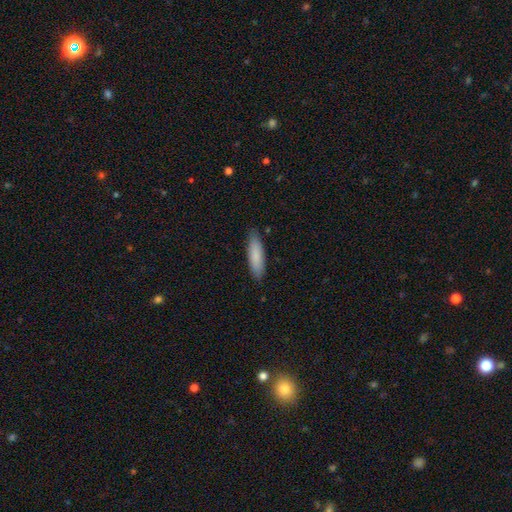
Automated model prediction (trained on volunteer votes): Smooth or featured?
  - smooth: 85% *
  - featured or disk: 9%
  - star or artifact: 6%
How rounded?
  - cigar-shaped: 61% *
  - in between: 38%
  - round: 1%
Merging?
  - none: 86% *
  - minor disturbance: 11%
  - major disturbance: 2%
  - merger: 1%